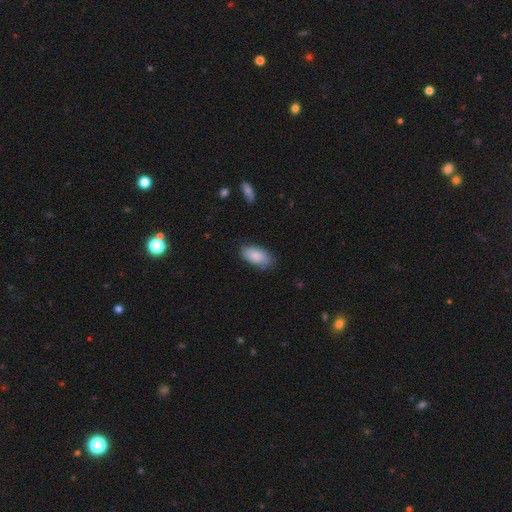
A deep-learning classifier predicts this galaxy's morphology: A smooth galaxy with no disk features (86%) that is in between round and cigar-shaped (94%). Merging: none (77%).